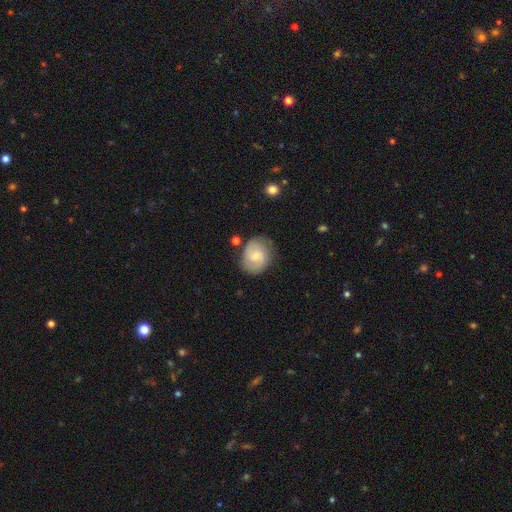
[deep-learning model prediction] A featured or disk galaxy (54%) with a weak bar (49%), spiral arms (87%) and a small central bulge (55%).

Vote fractions:
- Smooth or featured? featured or disk: 54% / smooth: 39% / star or artifact: 7%
- Edge-on disk? no: 98% / yes: 2%
- Bar? weak: 49% / no: 43% / strong: 8%
- Spiral arms? yes: 87% / no: 13%
- Bulge size? small: 55% / moderate: 30% / none: 11% / large: 3% / dominant: 1%
- Merging? none: 71% / minor disturbance: 19% / major disturbance: 6% / merger: 4%